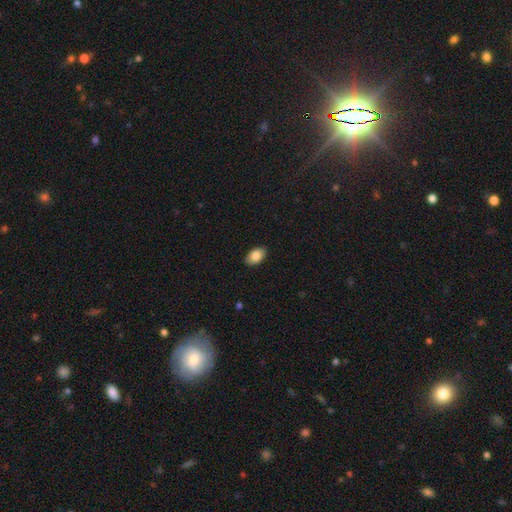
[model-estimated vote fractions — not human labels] Morphology: type=smooth (85%); roundness=in between (92%); merging=none (88%).